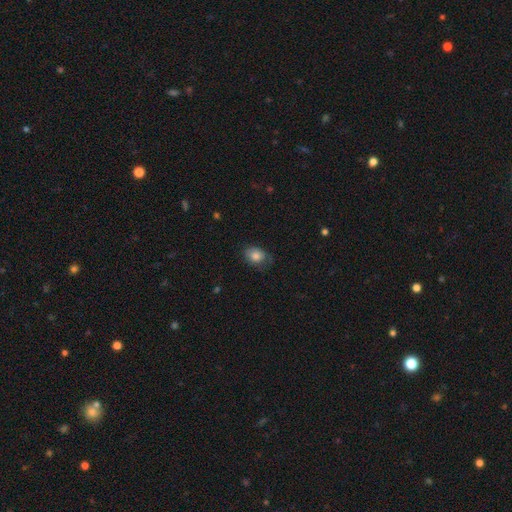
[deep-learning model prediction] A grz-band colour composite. It shows a smooth galaxy with no disk features (80%) that is in between round and cigar-shaped (67%). Merging: none (65%).